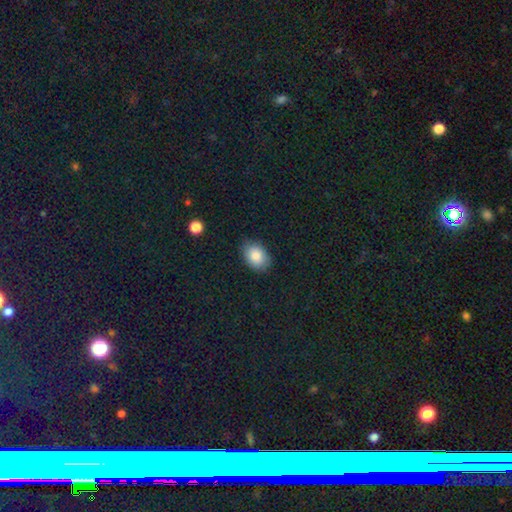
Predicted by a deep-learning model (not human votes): Morphology: type=smooth (85%); roundness=in between (77%); merging=none (82%).